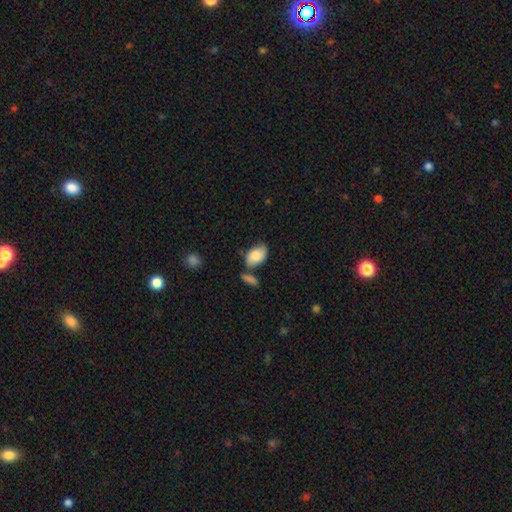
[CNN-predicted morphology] type=smooth (81%); roundness=in between (92%); merging=none (56%).